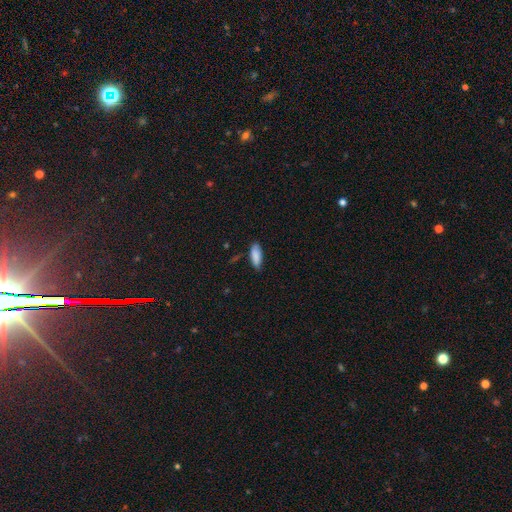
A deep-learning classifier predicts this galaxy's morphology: Smooth or featured?
  - smooth: 88% *
  - star or artifact: 6%
  - featured or disk: 6%
How rounded?
  - in between: 71% *
  - cigar-shaped: 28%
  - round: 2%
Merging?
  - none: 80% *
  - minor disturbance: 16%
  - major disturbance: 3%
  - merger: 2%